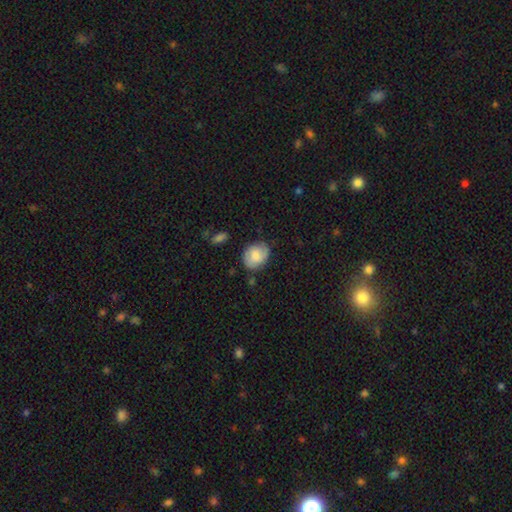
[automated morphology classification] smooth-or-featured: smooth: 67% | featured or disk: 25% | star or artifact: 7%
  how-rounded: in between: 50% | round: 49% | cigar-shaped: 1%
  merging: none: 70% | minor disturbance: 22% | major disturbance: 5% | merger: 2%